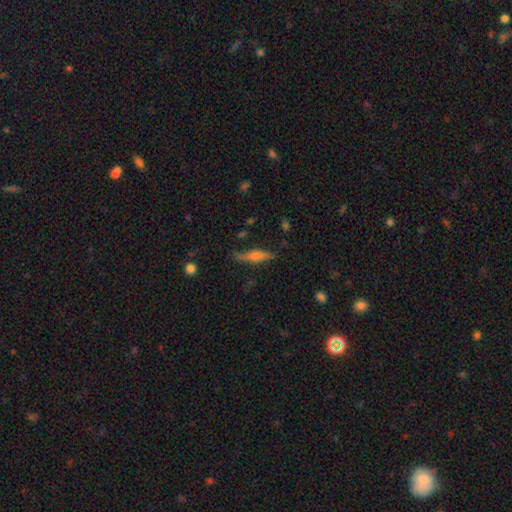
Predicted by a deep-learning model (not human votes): The model was most divided on "smooth or featured": featured or disk: 59%, smooth: 33%, star or artifact: 8%. More confident: edge-on disk — yes (95%); merging — none (80%); edge-on bulge — rounded (80%).